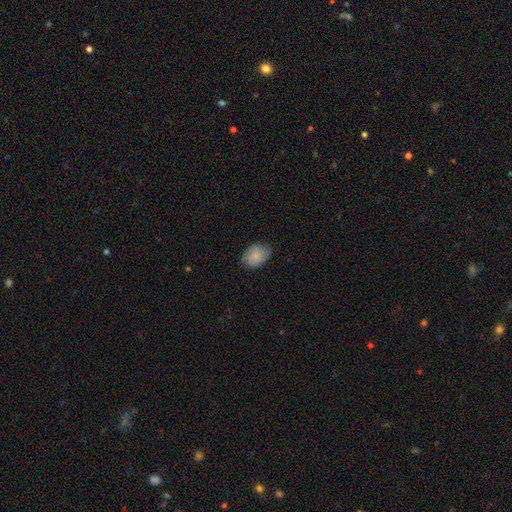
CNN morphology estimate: Smooth or featured? Predicted: smooth (p=0.82). How rounded? Predicted: in between (p=0.75). Merging? Predicted: none (p=0.77).